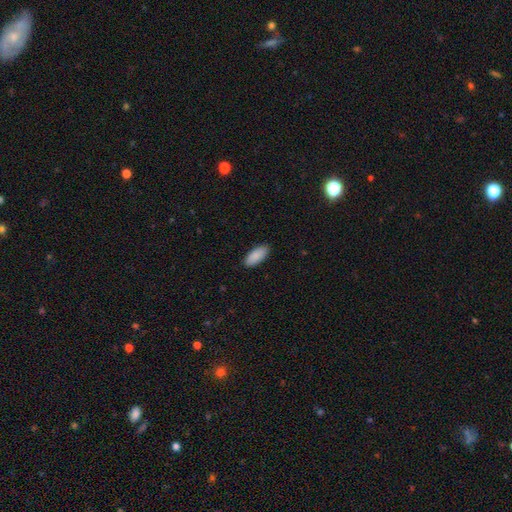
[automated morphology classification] Overall: smooth (90%). How rounded: in between (88%). Merging: none (89%).